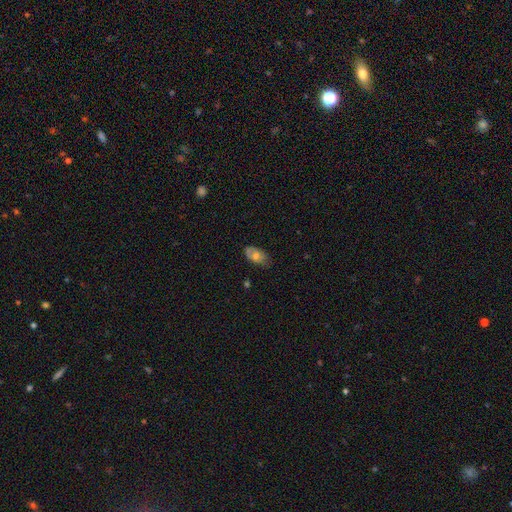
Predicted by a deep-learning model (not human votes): The model was most divided on "smooth or featured": smooth: 60%, featured or disk: 33%, star or artifact: 7%. More confident: how rounded — in between (92%); merging — none (66%).